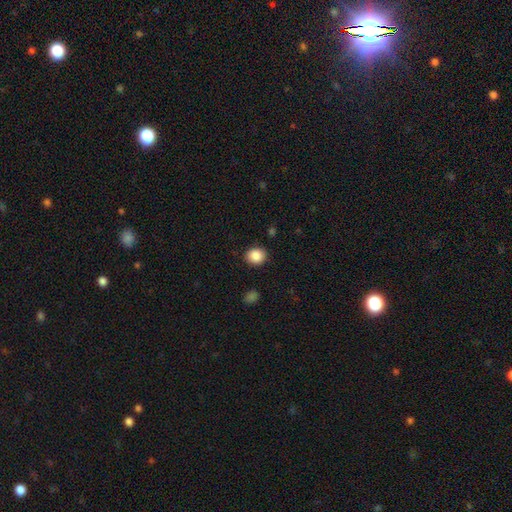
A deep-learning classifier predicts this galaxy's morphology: A smooth galaxy with no disk features (87%) that is round (73%).

Vote fractions:
- Smooth or featured? smooth: 87% / star or artifact: 9% / featured or disk: 5%
- How rounded? round: 73% / in between: 27% / cigar-shaped: 1%
- Merging? none: 89% / minor disturbance: 7% / major disturbance: 2% / merger: 1%